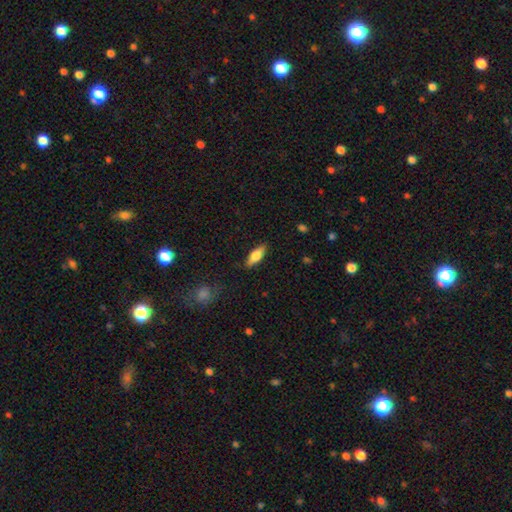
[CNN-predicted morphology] The model was most divided on "how rounded": in between: 65%, cigar-shaped: 33%, round: 2%. More confident: merging — none (85%); smooth or featured — smooth (68%).